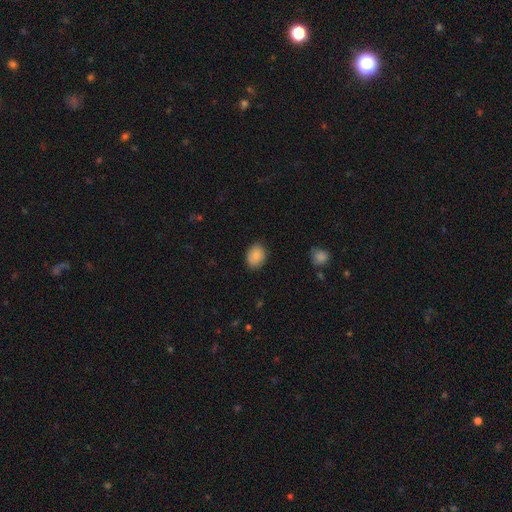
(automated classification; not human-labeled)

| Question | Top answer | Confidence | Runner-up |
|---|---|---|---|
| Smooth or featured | smooth | 87% | star or artifact (7%) |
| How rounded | in between | 60% | round (39%) |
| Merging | none | 86% | minor disturbance (11%) |